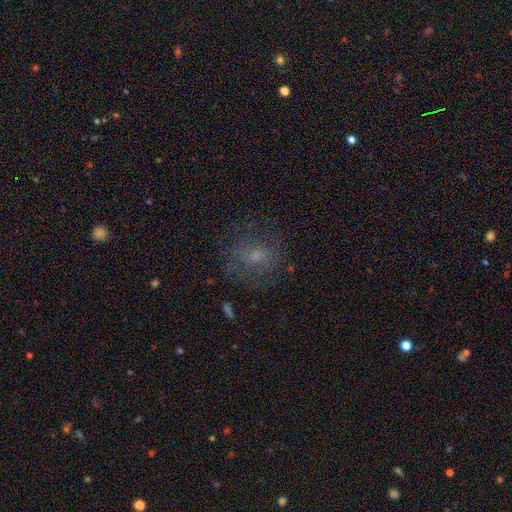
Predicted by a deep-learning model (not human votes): This appears to be a smooth galaxy with no disk features (50%). Merging: none (70%).